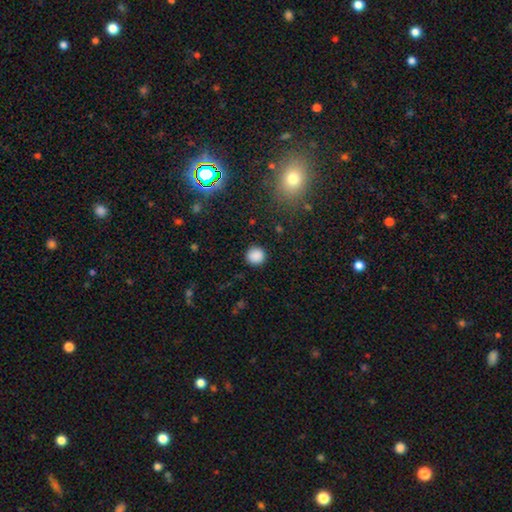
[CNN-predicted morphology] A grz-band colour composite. It shows a smooth galaxy with no disk features (87%) that is round (94%). Merging: none (91%).